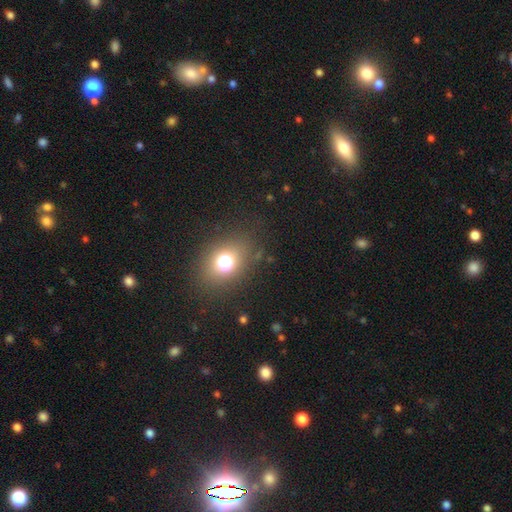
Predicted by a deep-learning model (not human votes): This appears to be a smooth galaxy with no disk features (68%) that is round (50%). Merging: none (85%).